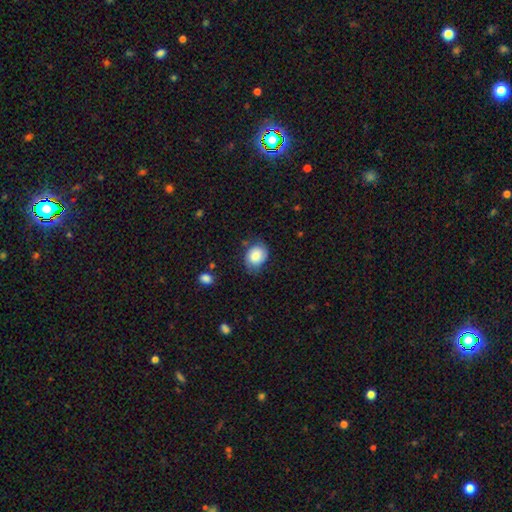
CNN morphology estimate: This is likely a smooth galaxy (79%). How rounded: possibly in between (51%). Merging: likely none (65%).